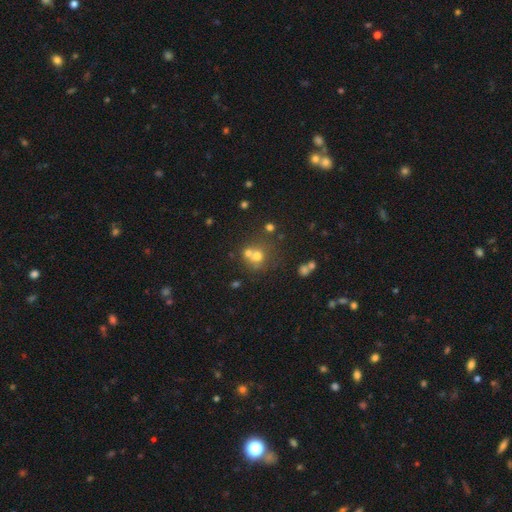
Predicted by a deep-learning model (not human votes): This is likely a smooth galaxy (61%). How rounded: clearly round (82%). Merging: marginally none (43%, tied with merger).